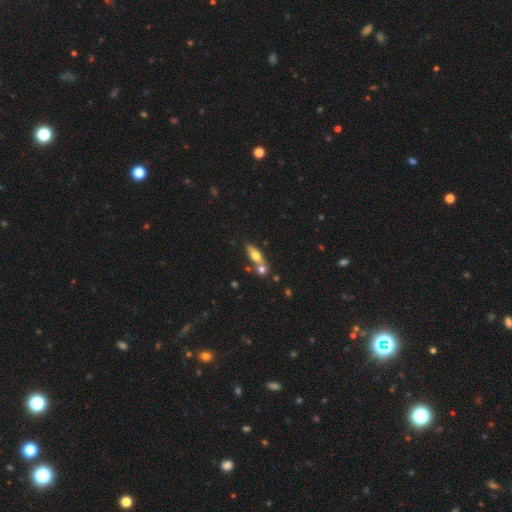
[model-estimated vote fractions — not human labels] Smooth or featured? smooth (60%)
How rounded? in between (62%)
Merging? none (45%)